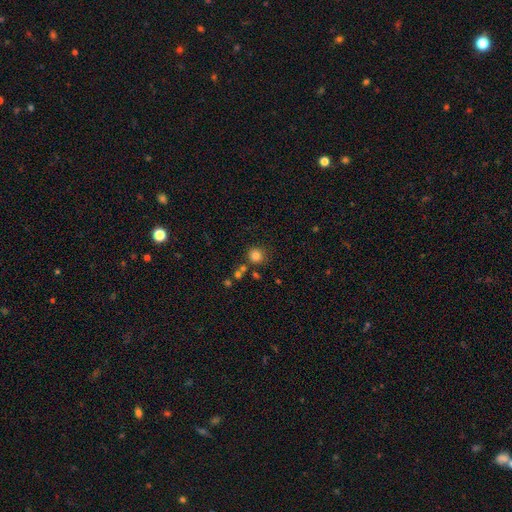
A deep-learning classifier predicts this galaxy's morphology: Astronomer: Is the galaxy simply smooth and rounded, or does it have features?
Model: smooth — 83%.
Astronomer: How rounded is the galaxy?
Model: round — 90%.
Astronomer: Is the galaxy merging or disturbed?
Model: none — 78%.